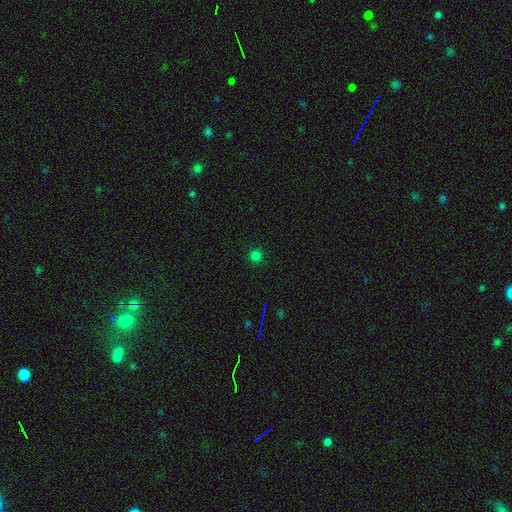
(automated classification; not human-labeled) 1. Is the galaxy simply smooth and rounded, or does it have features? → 79% smooth, 18% star or artifact, 3% featured or disk.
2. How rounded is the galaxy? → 95% round, 4% in between, 1% cigar-shaped.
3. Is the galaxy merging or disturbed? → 92% none, 5% minor disturbance, 2% major disturbance, 1% merger.